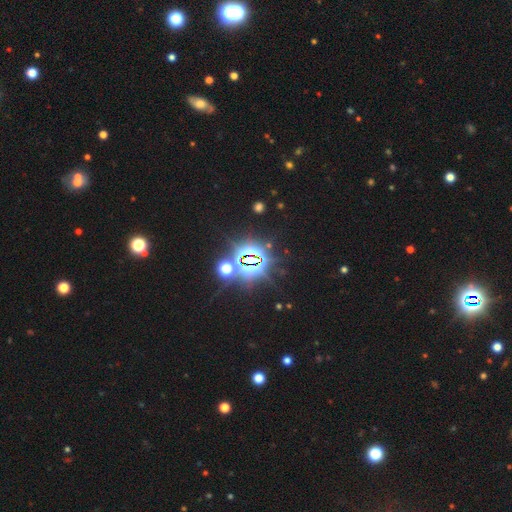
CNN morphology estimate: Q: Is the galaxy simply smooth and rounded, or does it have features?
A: star or artifact — 84%.